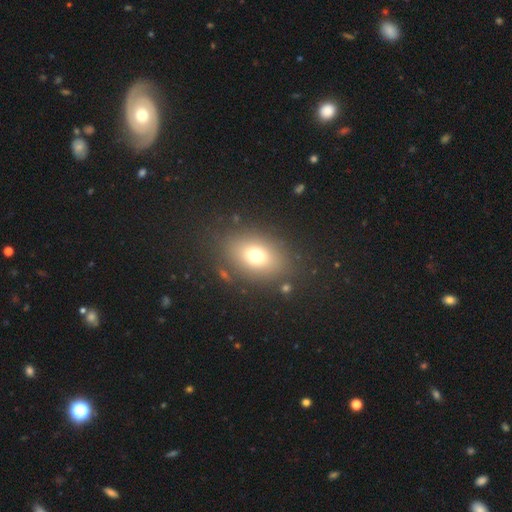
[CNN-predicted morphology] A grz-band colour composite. It shows a smooth galaxy with no disk features (71%) that is in between round and cigar-shaped (71%). Merging: none (81%).